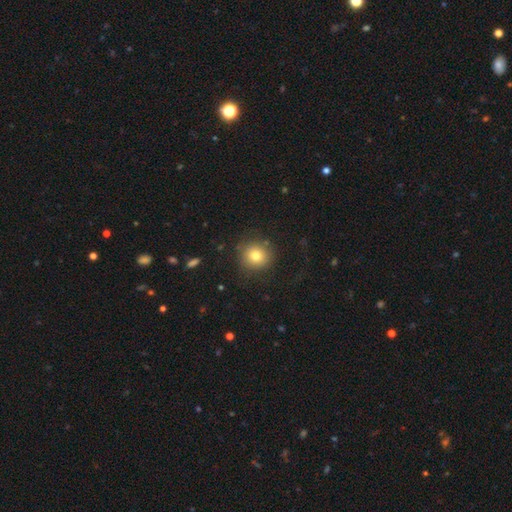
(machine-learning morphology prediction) smooth-or-featured: smooth: 77% | star or artifact: 12% | featured or disk: 10%
  how-rounded: round: 90% | in between: 9% | cigar-shaped: 1%
  merging: none: 84% | minor disturbance: 10% | major disturbance: 4% | merger: 2%